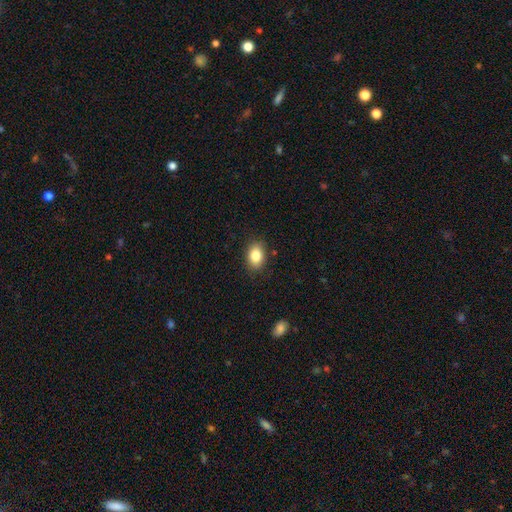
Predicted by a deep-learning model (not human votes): smooth-or-featured: smooth: 84% | star or artifact: 8% | featured or disk: 7%
  how-rounded: in between: 78% | round: 20% | cigar-shaped: 1%
  merging: none: 87% | minor disturbance: 10% | major disturbance: 2% | merger: 1%